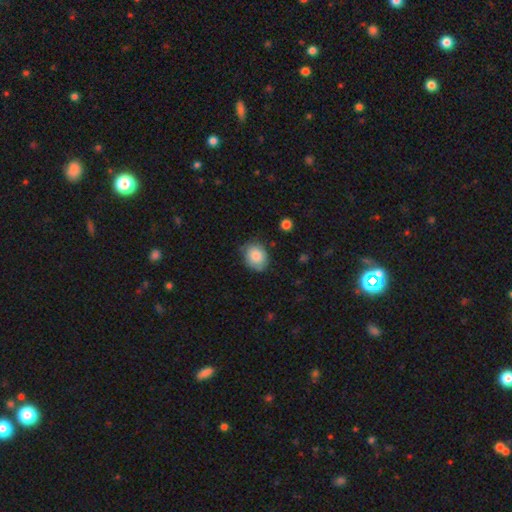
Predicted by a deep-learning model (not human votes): A smooth galaxy with no disk features (83%) that is round (53%).

Vote fractions:
- Smooth or featured? smooth: 83% / featured or disk: 10% / star or artifact: 7%
- How rounded? round: 53% / in between: 46% / cigar-shaped: 1%
- Merging? none: 72% / minor disturbance: 22% / major disturbance: 4% / merger: 2%